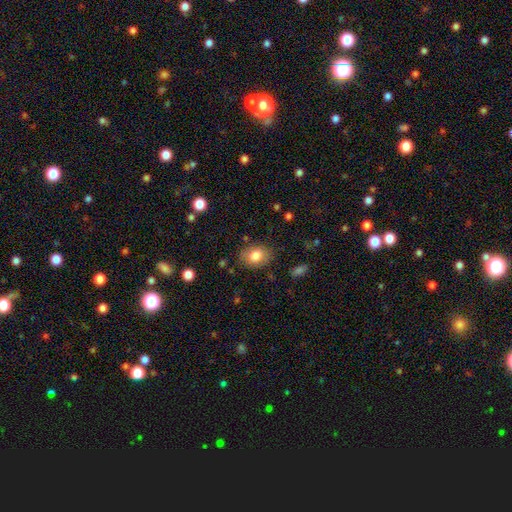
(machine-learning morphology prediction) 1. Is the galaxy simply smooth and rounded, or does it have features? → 80% smooth, 12% featured or disk, 8% star or artifact.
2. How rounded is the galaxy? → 69% in between, 30% round, 1% cigar-shaped.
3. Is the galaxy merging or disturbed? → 80% none, 14% minor disturbance, 4% major disturbance, 2% merger.